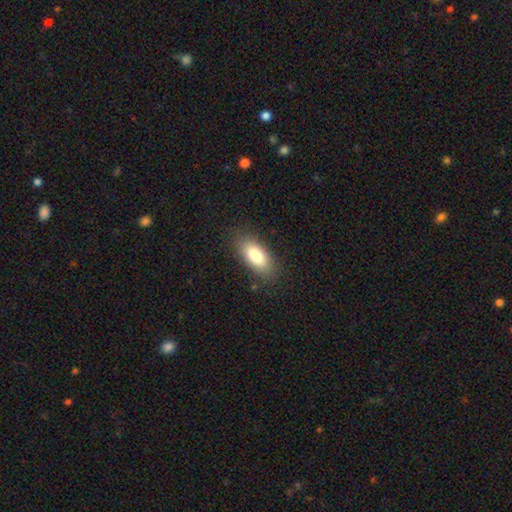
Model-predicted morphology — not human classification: Smooth or featured: smooth — 83% (featured or disk — 10%)
How rounded: in between — 87% (cigar-shaped — 11%)
Merging: none — 83% (minor disturbance — 12%)